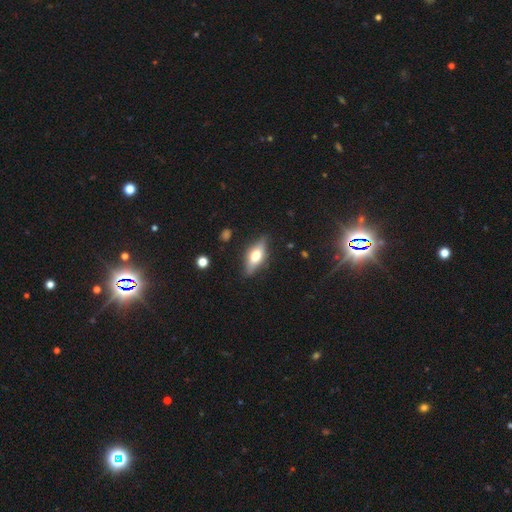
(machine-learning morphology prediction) The model was most divided on "smooth or featured": smooth: 51%, featured or disk: 41%, star or artifact: 8%. More confident: merging — none (82%); how rounded — in between (71%).